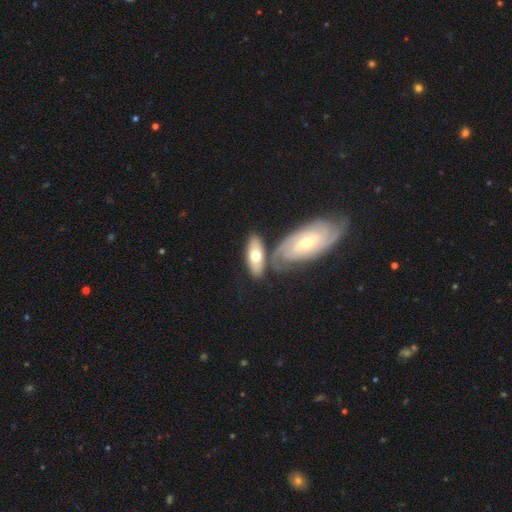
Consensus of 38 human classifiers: Q: Smooth or featured?
A: smooth (61%); runner-up: featured or disk (37%)
Q: How rounded?
A: in between (91%); runner-up: cigar-shaped (9%)
Q: Merging?
A: none (62%); runner-up: merger (19%)